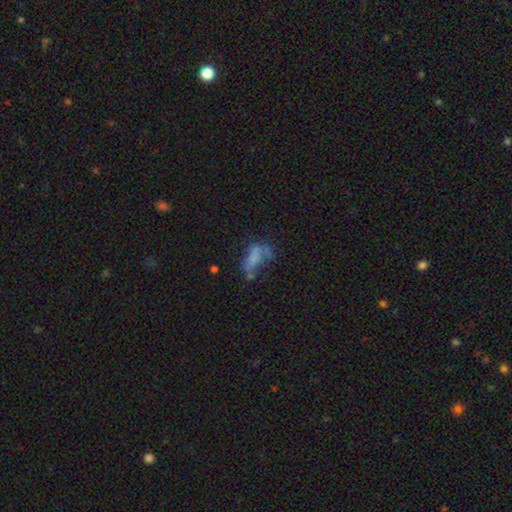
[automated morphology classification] Overall: smooth (57%; featured or disk 29%). How rounded: in between (71%). Merging: major disturbance (29%, tied with none).